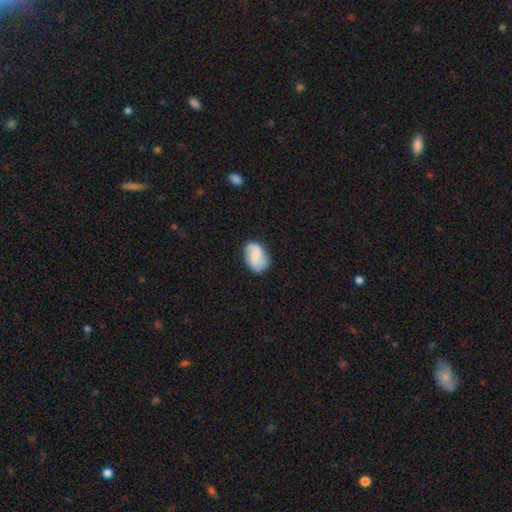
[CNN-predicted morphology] Smooth or featured? smooth (49%)
Merging? none (77%)